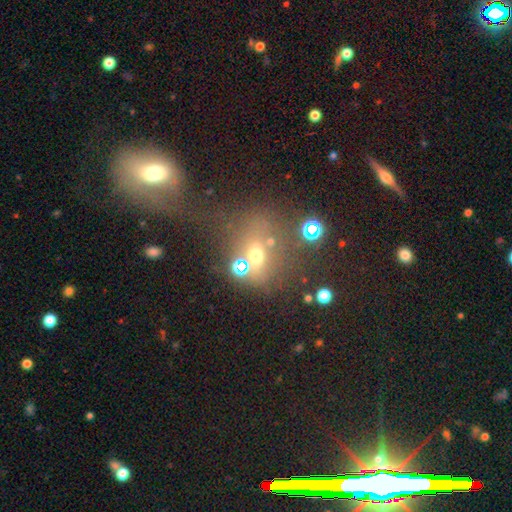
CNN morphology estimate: Smooth or featured? Predicted: smooth (p=0.53). How rounded? Predicted: round (p=0.56). Merging? Predicted: none (p=0.50).